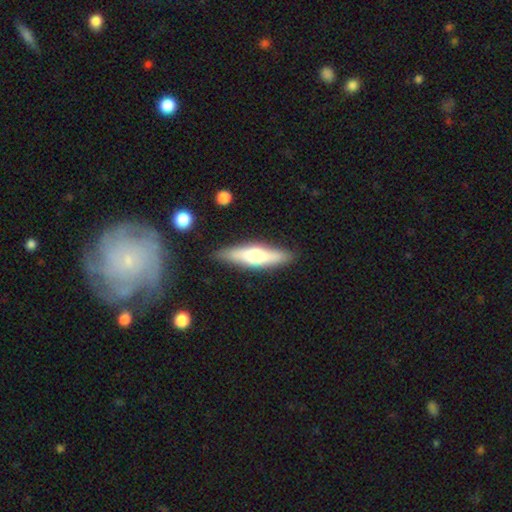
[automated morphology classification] A smooth galaxy with no disk features (51%) that is cigar-shaped (67%).

Vote fractions:
- Smooth or featured? smooth: 51% / featured or disk: 43% / star or artifact: 6%
- How rounded? cigar-shaped: 67% / in between: 31% / round: 2%
- Merging? none: 86% / minor disturbance: 10% / major disturbance: 2% / merger: 2%